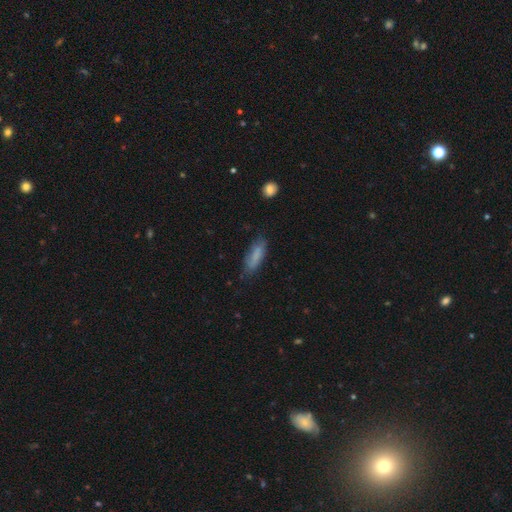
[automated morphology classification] This is likely a smooth galaxy (76%). How rounded: possibly in between (50%). Merging: likely none (68%).